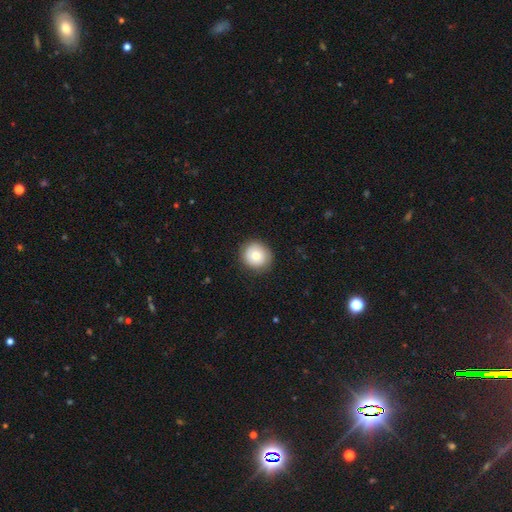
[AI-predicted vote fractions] Smooth or featured?
  - smooth: 77% *
  - featured or disk: 14%
  - star or artifact: 8%
How rounded?
  - round: 89% *
  - in between: 10%
  - cigar-shaped: 1%
Merging?
  - none: 87% *
  - minor disturbance: 9%
  - major disturbance: 3%
  - merger: 1%